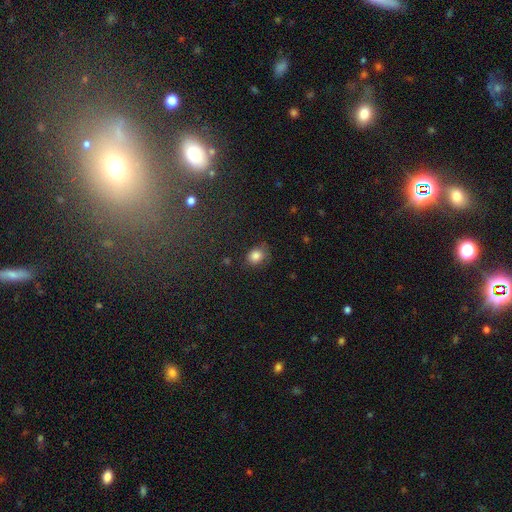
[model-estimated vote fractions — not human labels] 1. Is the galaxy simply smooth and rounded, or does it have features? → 83% smooth, 10% star or artifact, 7% featured or disk.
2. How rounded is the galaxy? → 53% round, 46% in between, 1% cigar-shaped.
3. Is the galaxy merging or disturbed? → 68% none, 24% minor disturbance, 7% major disturbance, 2% merger.